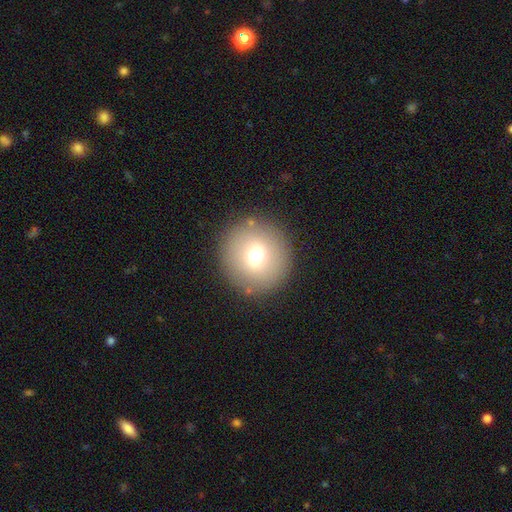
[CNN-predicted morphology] smooth 70%, featured or disk 18%, star or artifact 13%. Down the decision tree: how rounded — round (95%); merging — none (88%).